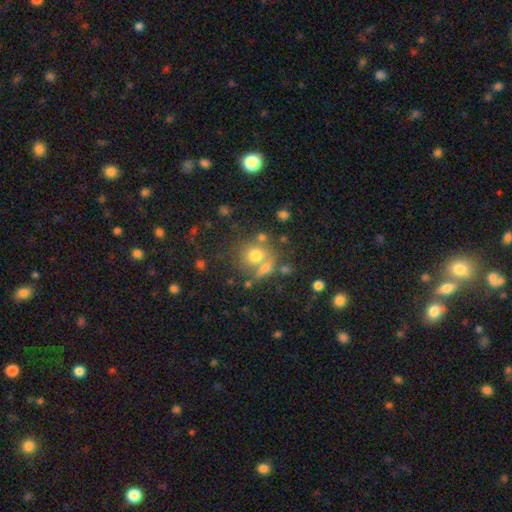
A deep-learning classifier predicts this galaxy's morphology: Smooth or featured? smooth (70%)
How rounded? round (82%)
Merging? none (55%)